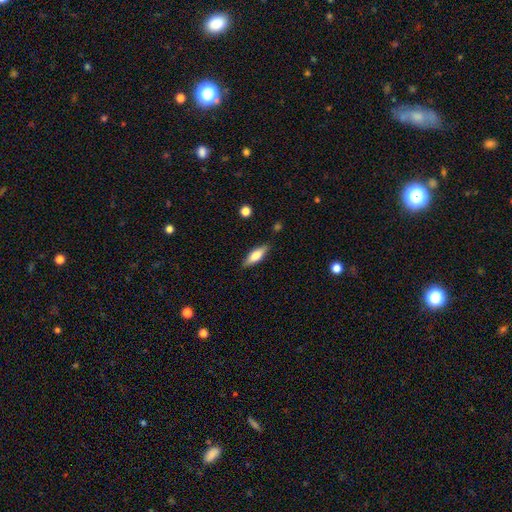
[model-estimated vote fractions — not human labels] Smooth or featured?
  - smooth: 62% *
  - featured or disk: 32%
  - star or artifact: 6%
How rounded?
  - in between: 56% *
  - cigar-shaped: 42%
  - round: 2%
Merging?
  - none: 84% *
  - minor disturbance: 12%
  - major disturbance: 3%
  - merger: 2%